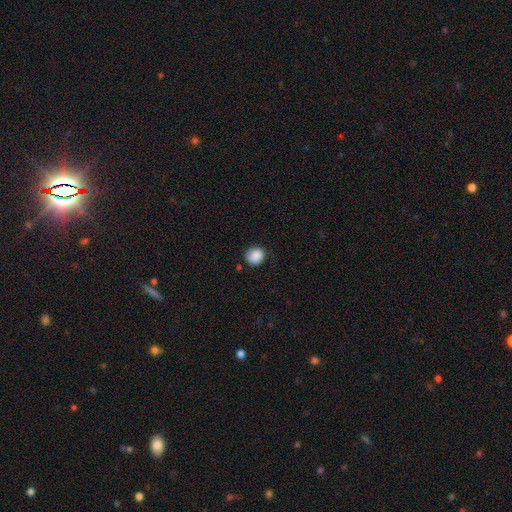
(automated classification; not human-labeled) The model was most divided on "merging": none: 72%, minor disturbance: 21%, major disturbance: 5%, merger: 2%. More confident: how rounded — round (86%); smooth or featured — smooth (86%).